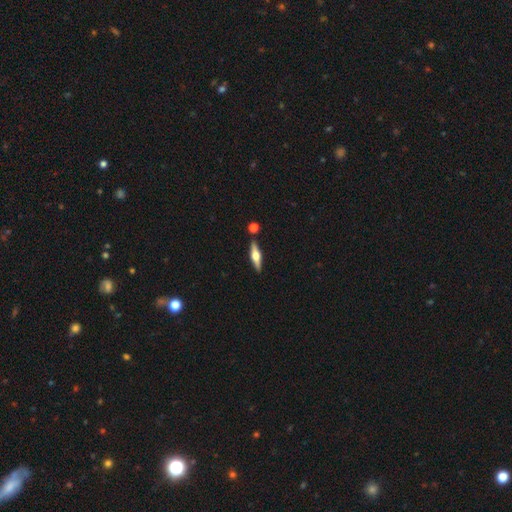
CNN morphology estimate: Smooth or featured?
  - featured or disk: 64% *
  - smooth: 31%
  - star or artifact: 6%
Edge-on disk?
  - yes: 96% *
  - no: 4%
Edge-on bulge?
  - rounded: 93% *
  - boxy: 5%
  - none: 2%
Merging?
  - none: 86% *
  - minor disturbance: 8%
  - merger: 5%
  - major disturbance: 2%